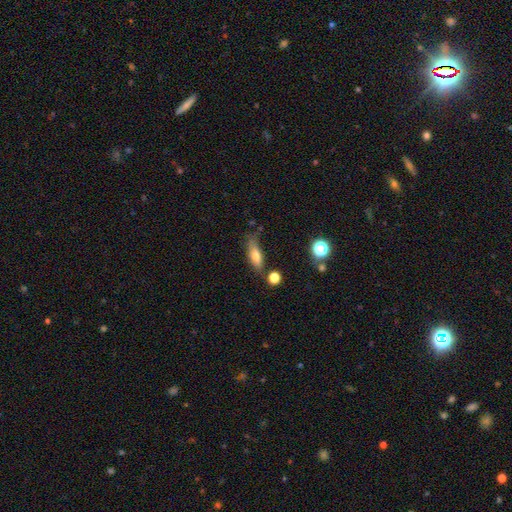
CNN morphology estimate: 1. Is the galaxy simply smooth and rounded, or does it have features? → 67% smooth, 24% featured or disk, 9% star or artifact.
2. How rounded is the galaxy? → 58% in between, 38% cigar-shaped, 4% round.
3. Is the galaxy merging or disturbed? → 60% none, 25% minor disturbance, 8% major disturbance, 7% merger.